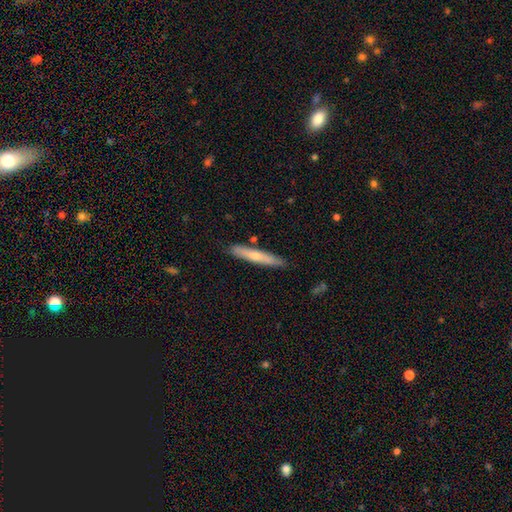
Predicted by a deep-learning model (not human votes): smooth-or-featured: smooth: 62% | featured or disk: 33% | star or artifact: 5%
  how-rounded: cigar-shaped: 94% | in between: 5% | round: 1%
  merging: none: 87% | minor disturbance: 9% | merger: 2% | major disturbance: 2%